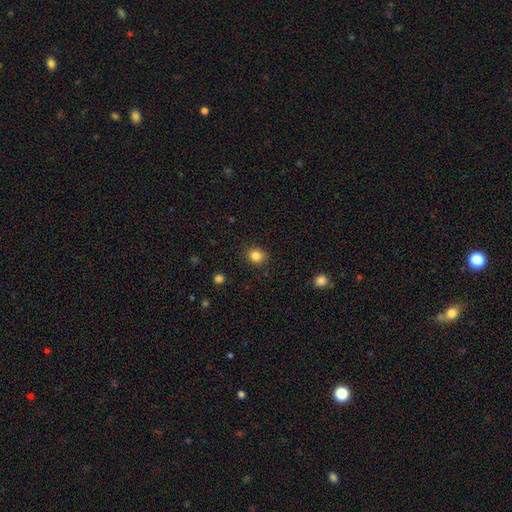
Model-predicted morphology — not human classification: A smooth galaxy with no disk features (83%) that is round (77%). Merging: none (88%).